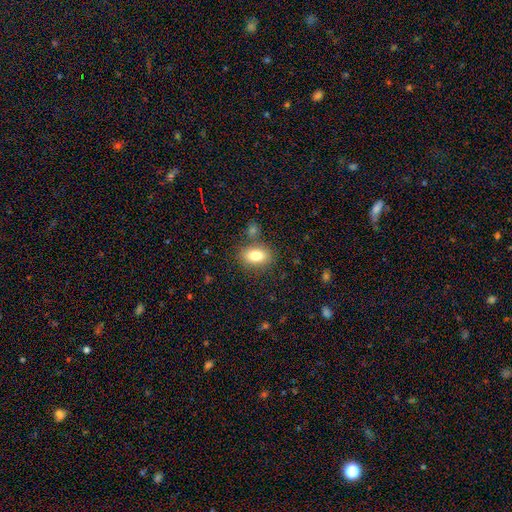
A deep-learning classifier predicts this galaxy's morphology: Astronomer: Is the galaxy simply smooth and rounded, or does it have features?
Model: smooth — 81%.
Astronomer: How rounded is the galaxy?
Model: in between — 85%.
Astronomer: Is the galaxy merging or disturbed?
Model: none — 76%.